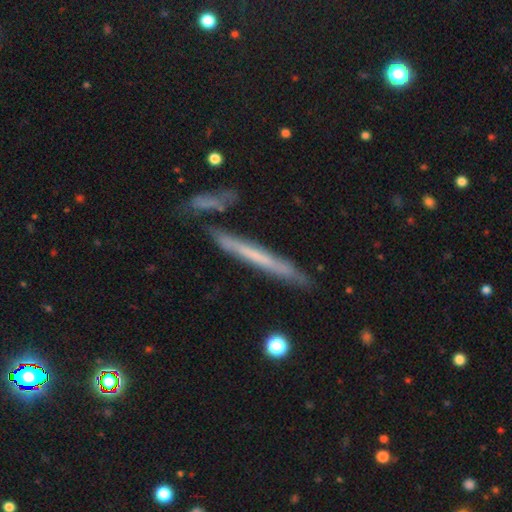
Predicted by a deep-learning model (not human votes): smooth-or-featured: featured or disk: 51% | smooth: 41% | star or artifact: 7%
  disk-edge-on: yes: 90% | no: 10%
  merging: none: 78% | minor disturbance: 13% | merger: 6% | major disturbance: 3%